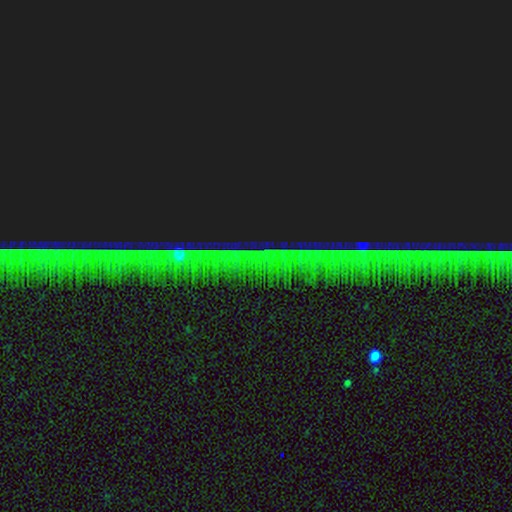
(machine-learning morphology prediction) This appears to be a star or artifact, not a galaxy (83%).